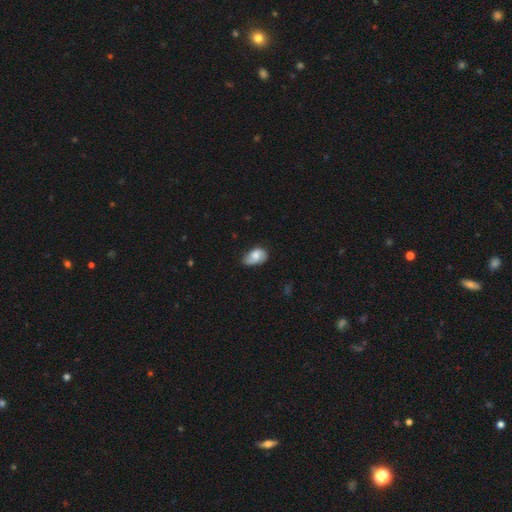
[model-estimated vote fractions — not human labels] This appears to be a smooth galaxy with no disk features (56%) that is in between round and cigar-shaped (87%). Merging: none (54%).